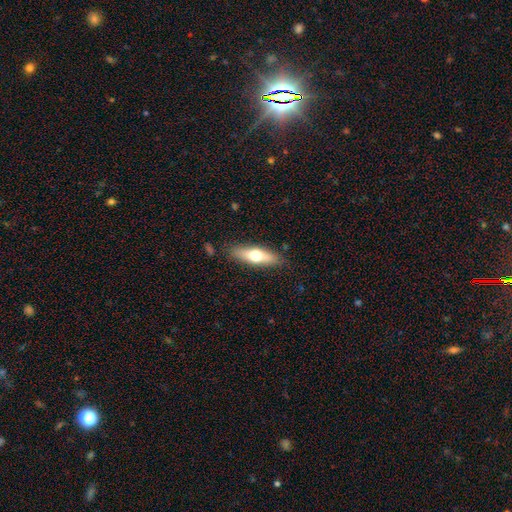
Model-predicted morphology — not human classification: type=smooth (53%); roundness=cigar-shaped (54%); merging=none (84%).